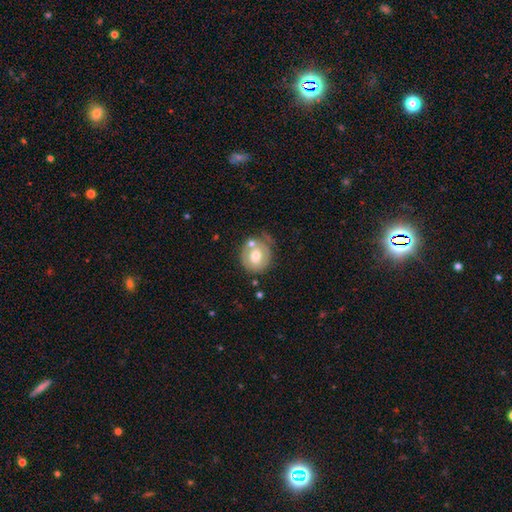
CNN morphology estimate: The model was most divided on "smooth or featured": smooth: 56%, featured or disk: 37%, star or artifact: 7%. More confident: how rounded — round (78%); merging — none (57%).